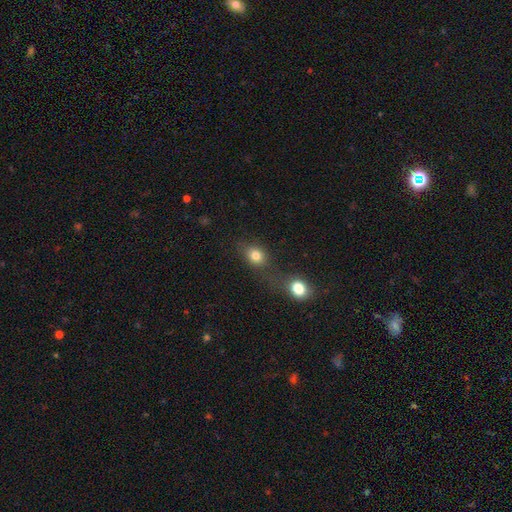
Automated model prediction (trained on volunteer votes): Smooth or featured: smooth — 80% (star or artifact — 12%)
How rounded: round — 61% (in between — 38%)
Merging: none — 53% (merger — 30%)